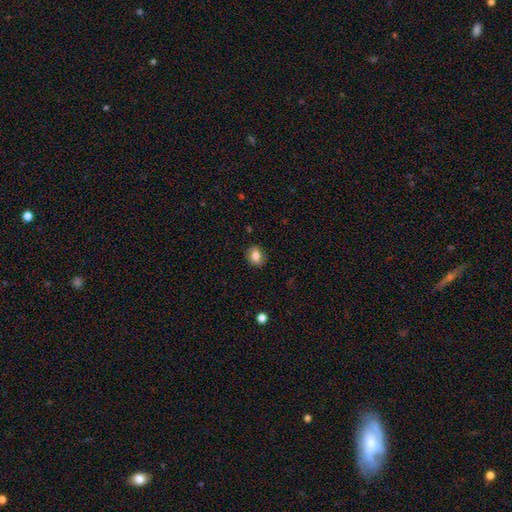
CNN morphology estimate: Smooth or featured? Predicted: smooth (p=0.79). How rounded? Predicted: round (p=0.53). Merging? Predicted: none (p=0.87).